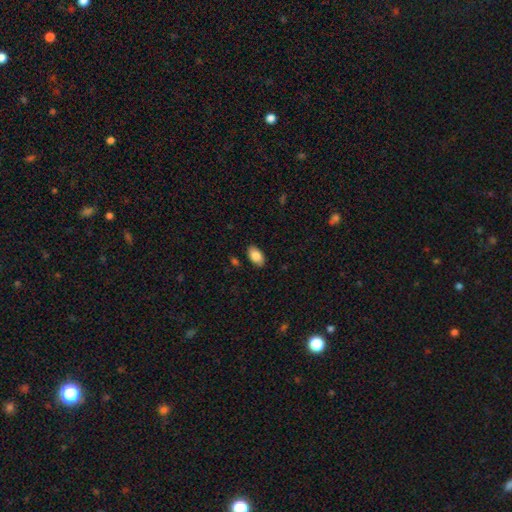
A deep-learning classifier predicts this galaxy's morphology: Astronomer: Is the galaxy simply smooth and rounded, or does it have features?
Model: smooth — 86%.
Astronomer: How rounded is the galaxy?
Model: in between — 94%.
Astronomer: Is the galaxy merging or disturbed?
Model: none — 88%.